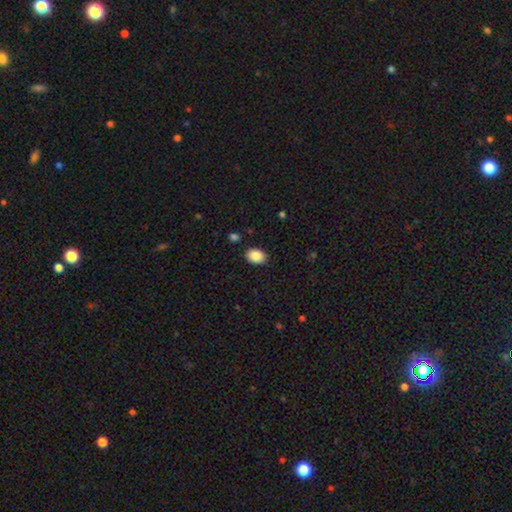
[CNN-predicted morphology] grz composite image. It shows a smooth galaxy with no disk features (88%) that is in between round and cigar-shaped (78%). Merging: none (88%).